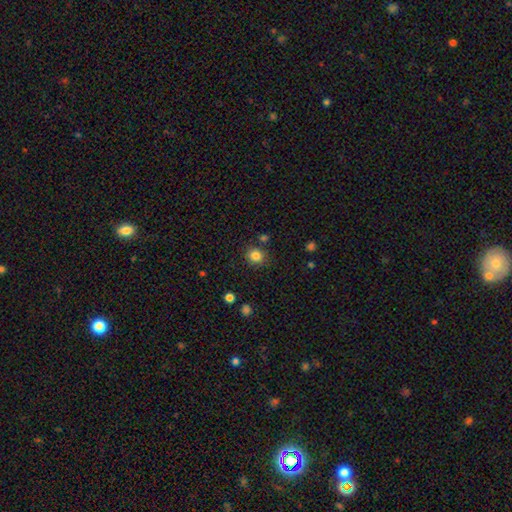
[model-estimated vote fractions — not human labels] smooth-or-featured: smooth: 83% | star or artifact: 12% | featured or disk: 5%
  how-rounded: round: 82% | in between: 17% | cigar-shaped: 1%
  merging: none: 82% | minor disturbance: 10% | merger: 5% | major disturbance: 3%